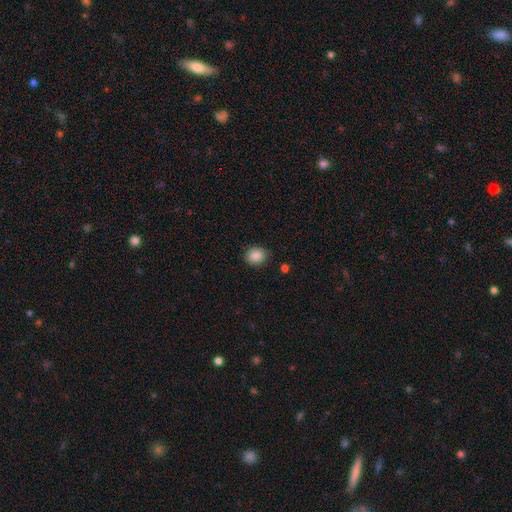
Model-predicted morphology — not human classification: smooth-or-featured: smooth: 87% | star or artifact: 9% | featured or disk: 4%
  how-rounded: round: 68% | in between: 31% | cigar-shaped: 1%
  merging: none: 83% | minor disturbance: 13% | major disturbance: 3% | merger: 1%